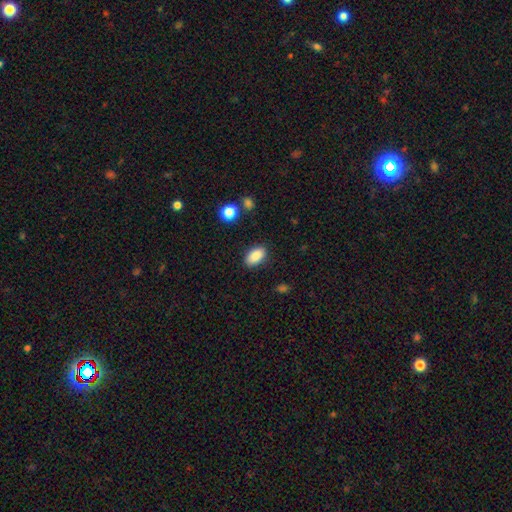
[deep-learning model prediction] smooth_or_featured: smooth (p=0.87) [alt: star or artifact p=0.08]
how_rounded: in between (p=0.92) [alt: round p=0.06]
merging: none (p=0.86) [alt: minor disturbance p=0.10]